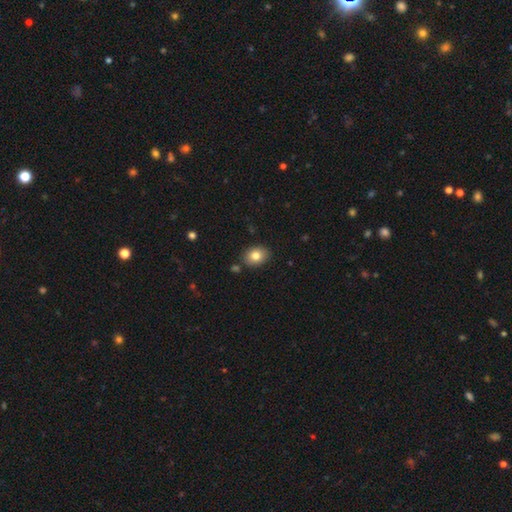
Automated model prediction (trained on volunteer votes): Overall: smooth (81%). How rounded: in between (67%; round 32%). Merging: none (84%).